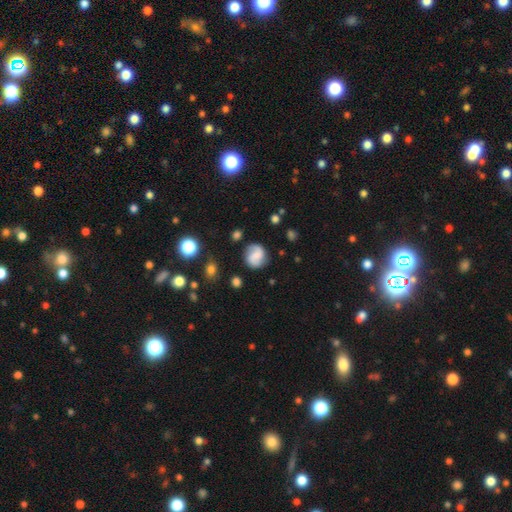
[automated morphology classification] This is possibly a featured or disk galaxy (53%). It is clearly not viewed edge-on (98%). Bar: marginally weak (44%). Spiral arm pattern: clearly yes (90%). Central bulge: marginally none (39%). Merging: likely none (76%).